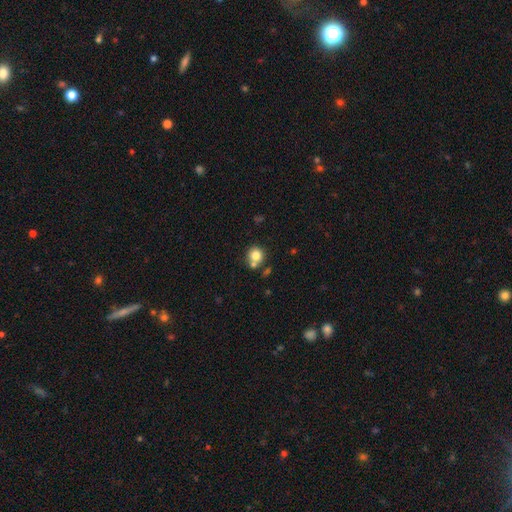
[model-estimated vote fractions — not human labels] A smooth galaxy with no disk features (80%) that is round (87%).

Vote fractions:
- Smooth or featured? smooth: 80% / star or artifact: 11% / featured or disk: 9%
- How rounded? round: 87% / in between: 12% / cigar-shaped: 1%
- Merging? none: 61% / merger: 25% / minor disturbance: 10% / major disturbance: 4%